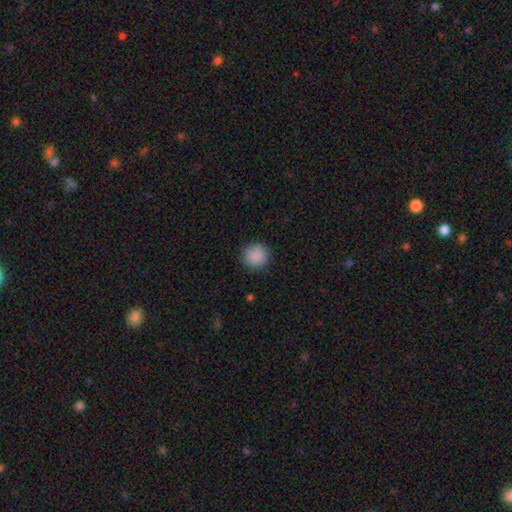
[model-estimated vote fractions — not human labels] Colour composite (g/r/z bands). It shows a smooth galaxy with no disk features (88%) that is round (93%). Merging: none (87%).